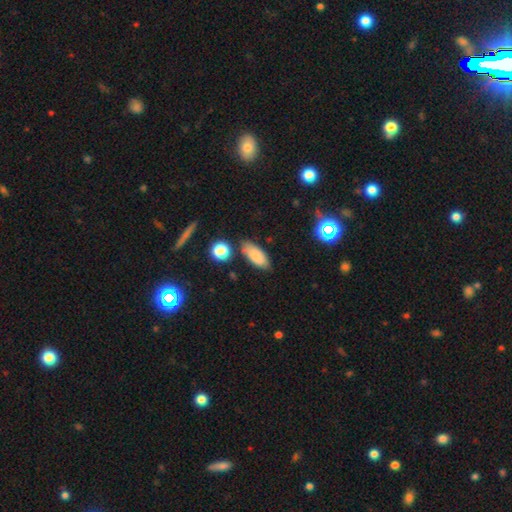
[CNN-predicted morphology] Smooth or featured: smooth — 82% (star or artifact — 9%)
How rounded: in between — 84% (cigar-shaped — 13%)
Merging: none — 78% (minor disturbance — 14%)